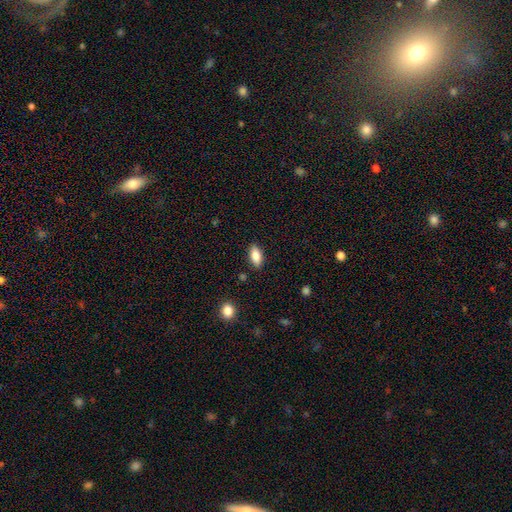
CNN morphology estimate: The model was most divided on "smooth or featured": smooth: 84%, featured or disk: 9%, star or artifact: 7%. More confident: merging — none (87%); how rounded — in between (87%).